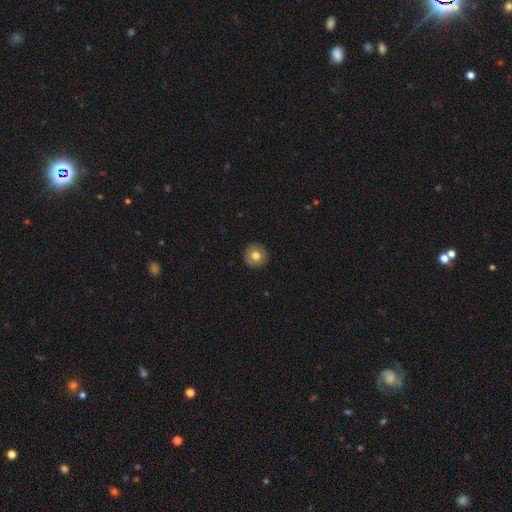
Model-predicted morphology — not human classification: Smooth or featured: smooth — 77% (featured or disk — 14%)
How rounded: round — 96% (in between — 3%)
Merging: none — 92% (minor disturbance — 5%)